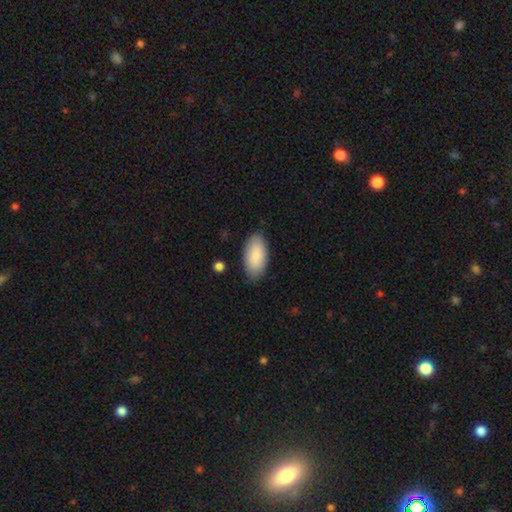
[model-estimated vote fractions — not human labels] Smooth or featured?
  - smooth: 88% *
  - featured or disk: 7%
  - star or artifact: 6%
How rounded?
  - in between: 94% *
  - cigar-shaped: 4%
  - round: 2%
Merging?
  - none: 85% *
  - minor disturbance: 11%
  - major disturbance: 3%
  - merger: 1%